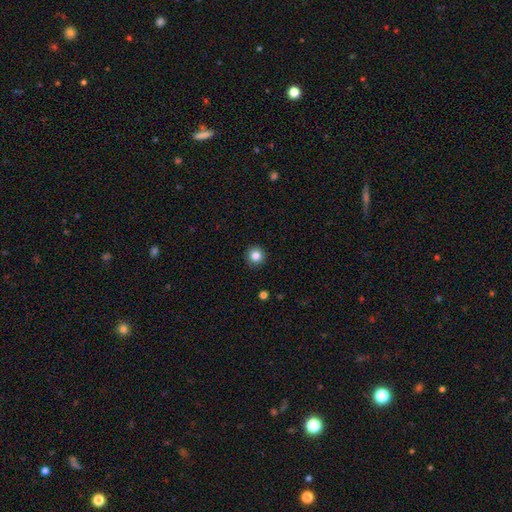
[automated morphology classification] Smooth or featured? smooth (83%)
How rounded? round (95%)
Merging? none (92%)